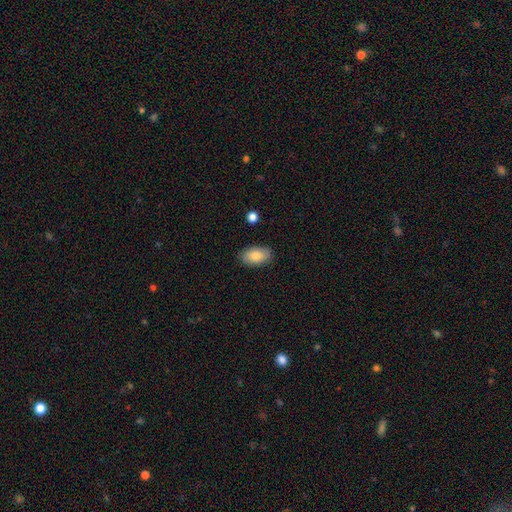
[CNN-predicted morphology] A smooth galaxy with no disk features (84%) that is in between round and cigar-shaped (94%). Merging: none (86%).